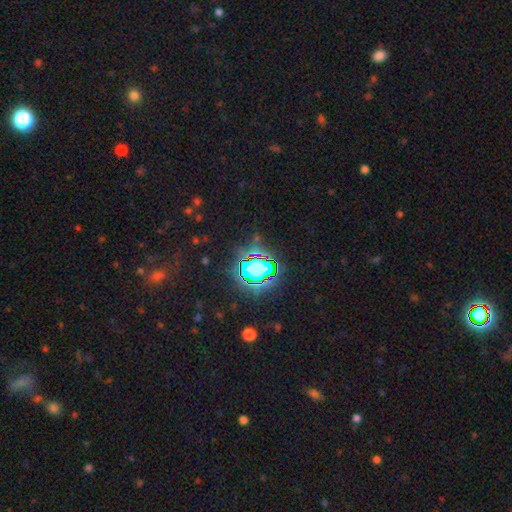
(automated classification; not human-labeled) Smooth or featured: star or artifact — 78% (smooth — 14%)